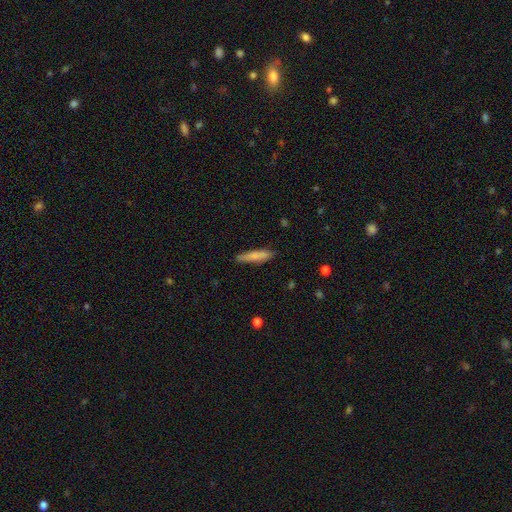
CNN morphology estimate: This is likely a smooth galaxy (77%). How rounded: clearly cigar-shaped (85%). Merging: clearly none (83%).